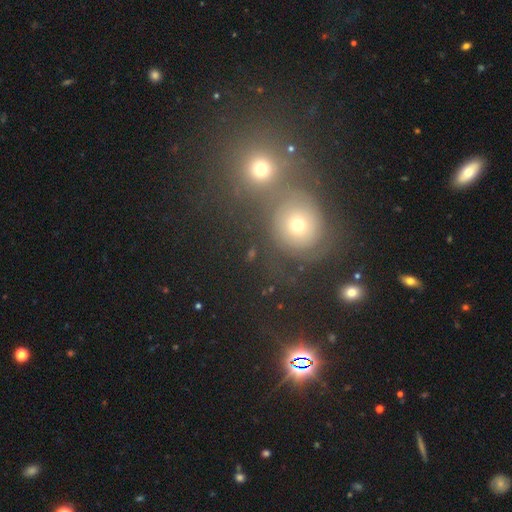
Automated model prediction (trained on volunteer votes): Smooth or featured? star or artifact (42%, tied with smooth)